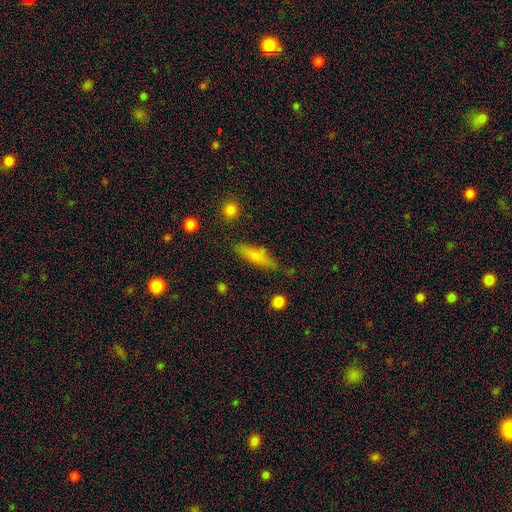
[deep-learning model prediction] Smooth or featured? smooth (71%)
How rounded? cigar-shaped (61%)
Merging? none (70%)